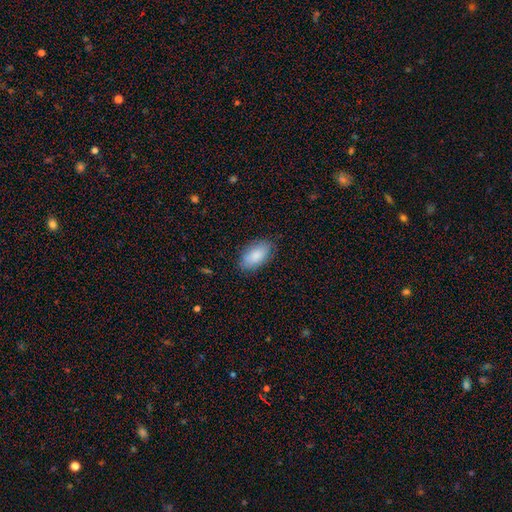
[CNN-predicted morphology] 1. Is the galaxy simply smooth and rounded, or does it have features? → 86% smooth, 7% featured or disk, 6% star or artifact.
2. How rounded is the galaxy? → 94% in between, 3% round, 3% cigar-shaped.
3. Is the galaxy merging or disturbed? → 82% none, 13% minor disturbance, 3% major disturbance, 1% merger.